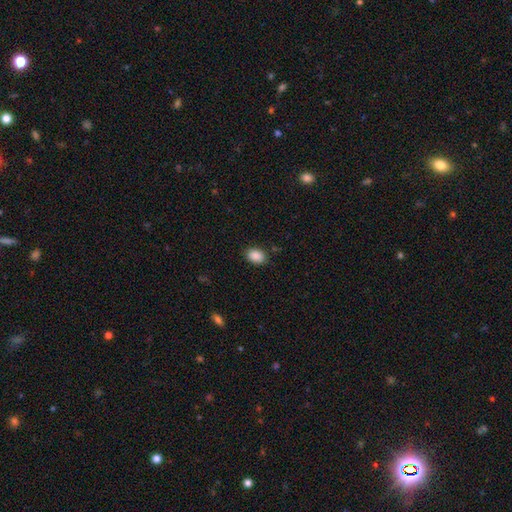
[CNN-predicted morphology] Q: Smooth or featured?
A: smooth (89%); runner-up: star or artifact (8%)
Q: How rounded?
A: in between (75%); runner-up: round (24%)
Q: Merging?
A: none (86%); runner-up: minor disturbance (10%)